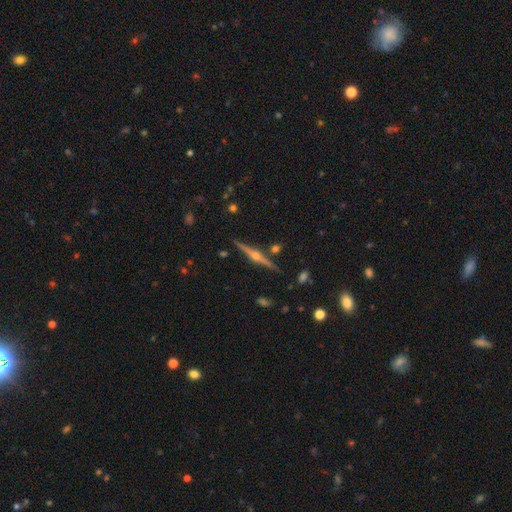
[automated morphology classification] smooth-or-featured: featured or disk: 86% | smooth: 8% | star or artifact: 6%
  disk-edge-on: yes: 98% | no: 2%
    edge-on-bulge: rounded: 95% | boxy: 3% | none: 2%
  merging: none: 89% | minor disturbance: 7% | merger: 3% | major disturbance: 1%